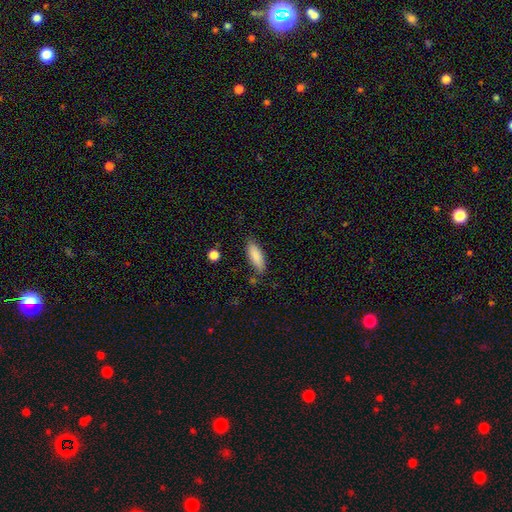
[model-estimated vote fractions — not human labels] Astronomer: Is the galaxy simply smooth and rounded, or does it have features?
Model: smooth — 87%.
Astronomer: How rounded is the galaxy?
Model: in between — 65%.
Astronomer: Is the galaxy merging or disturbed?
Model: none — 79%.